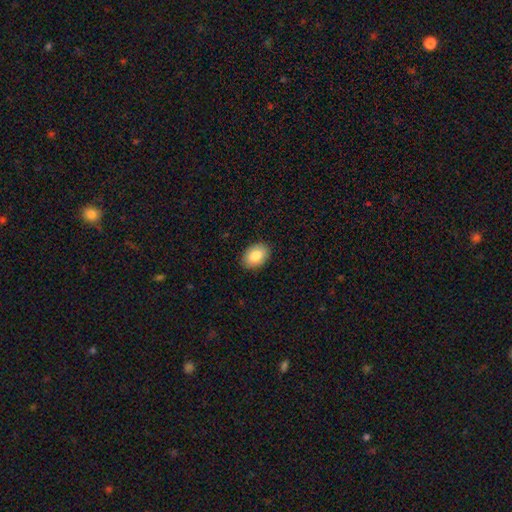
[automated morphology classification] Q: Smooth or featured?
A: smooth (82%); runner-up: featured or disk (11%)
Q: How rounded?
A: in between (78%); runner-up: round (21%)
Q: Merging?
A: none (90%); runner-up: minor disturbance (8%)